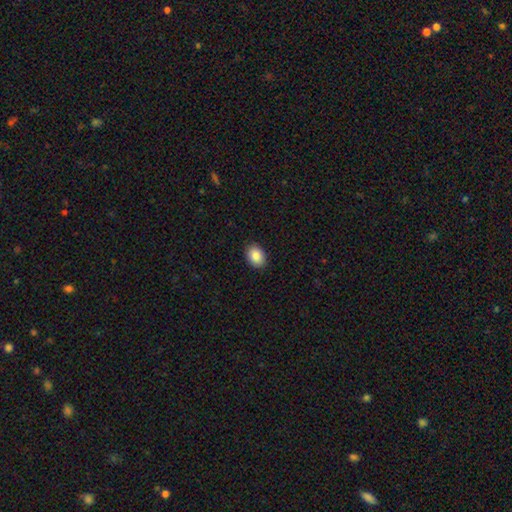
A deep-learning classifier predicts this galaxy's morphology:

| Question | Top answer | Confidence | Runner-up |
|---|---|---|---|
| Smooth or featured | smooth | 87% | star or artifact (7%) |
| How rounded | in between | 74% | round (25%) |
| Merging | none | 90% | minor disturbance (7%) |